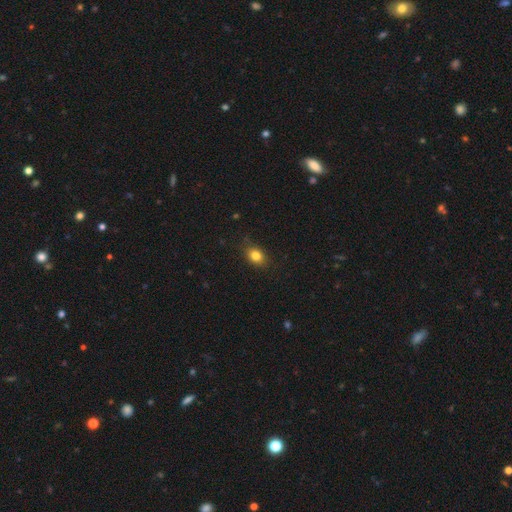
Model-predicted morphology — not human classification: This is clearly a smooth galaxy (82%). How rounded: likely in between (63%). Merging: clearly none (83%).